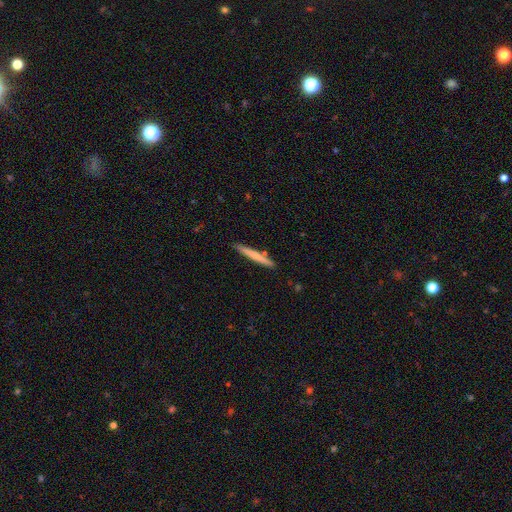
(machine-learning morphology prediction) A smooth galaxy with no disk features (62%) that is cigar-shaped (96%). Merging: none (85%).